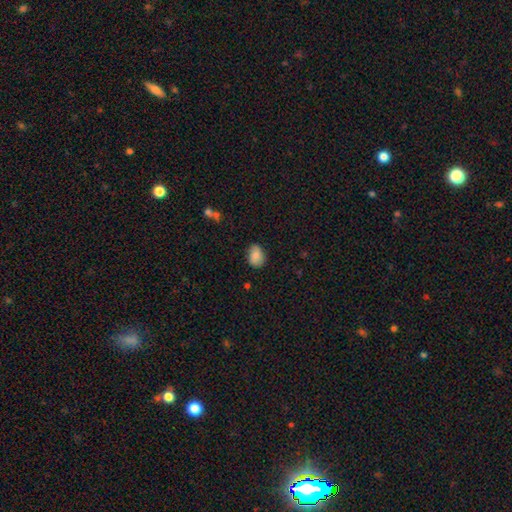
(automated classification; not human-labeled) smooth 80%, featured or disk 12%, star or artifact 8%. Down the decision tree: how rounded — in between (70%); merging — none (74%).